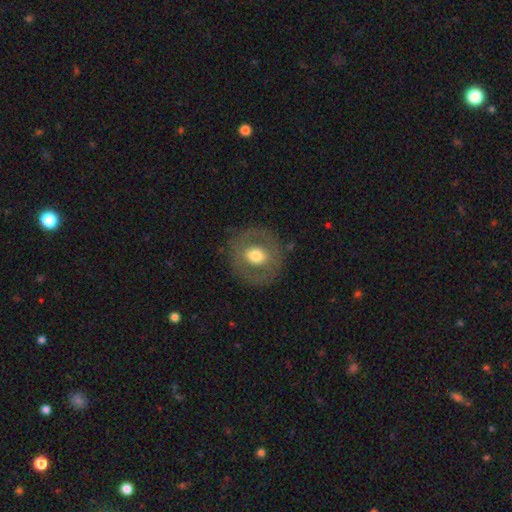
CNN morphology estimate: type=smooth (50%); roundness=round (84%); merging=none (80%).